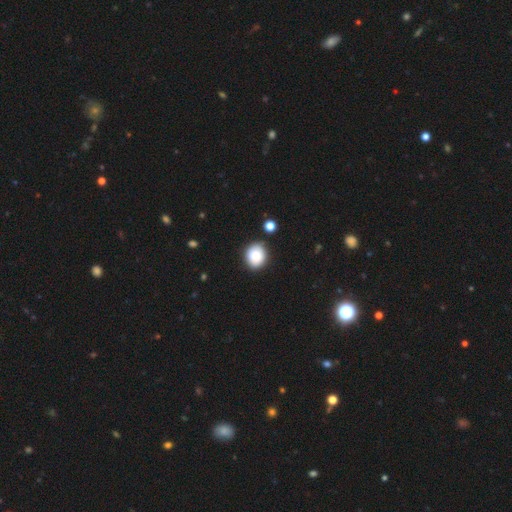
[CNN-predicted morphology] This appears to be a smooth galaxy with no disk features (86%) that is round (63%). Merging: none (81%).